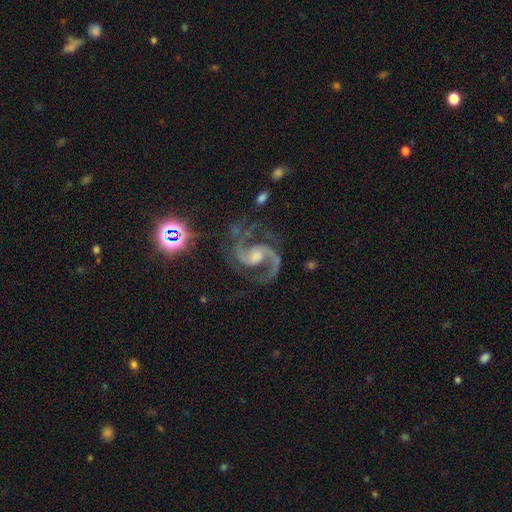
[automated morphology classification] This appears to be a featured or disk galaxy (91%) with no bar (45%), 2 (93%) medium (68%) spiral arms (99%) and a moderate central bulge (44%). Merging: none (72%).